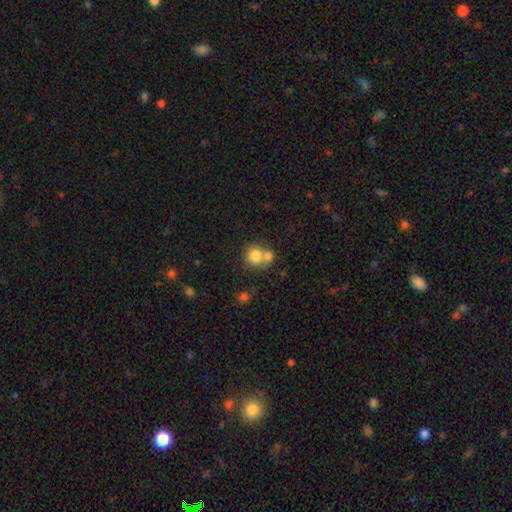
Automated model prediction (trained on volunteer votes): This appears to be a smooth galaxy with no disk features (79%) that is round (87%). Merging: merger (48%).